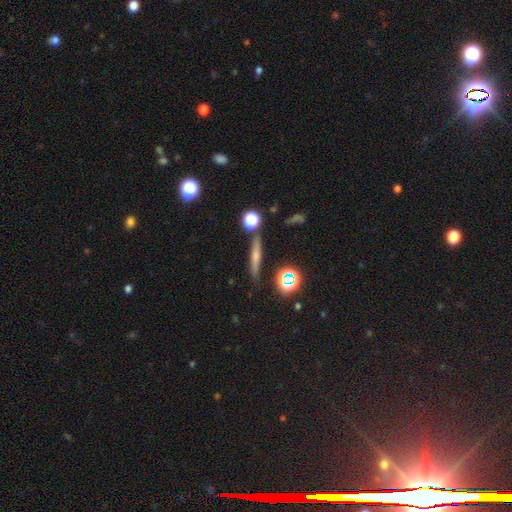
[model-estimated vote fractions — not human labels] Smooth or featured? smooth (50%)
Merging? none (83%)